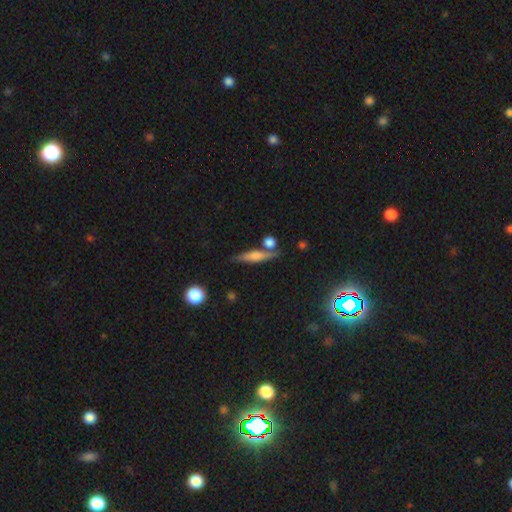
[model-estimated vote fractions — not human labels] Smooth or featured? Predicted: smooth (p=0.52). How rounded? Predicted: cigar-shaped (p=0.75). Merging? Predicted: none (p=0.69).